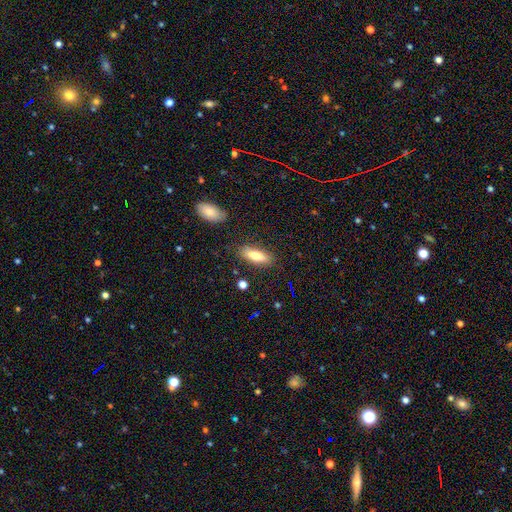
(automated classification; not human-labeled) Smooth or featured: smooth — 76% (featured or disk — 17%)
How rounded: in between — 60% (cigar-shaped — 37%)
Merging: none — 83% (minor disturbance — 12%)